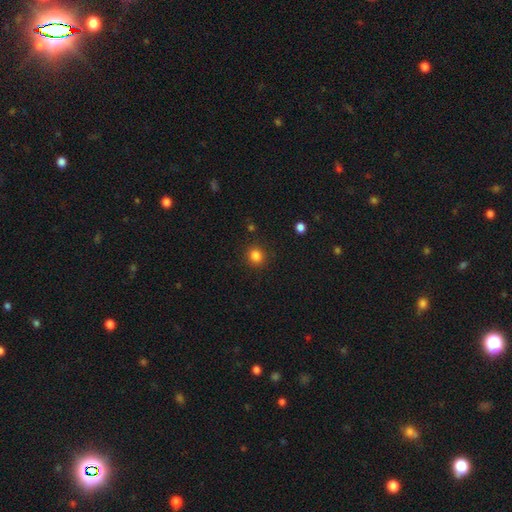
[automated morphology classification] Overall: smooth (84%). How rounded: round (86%). Merging: none (89%).